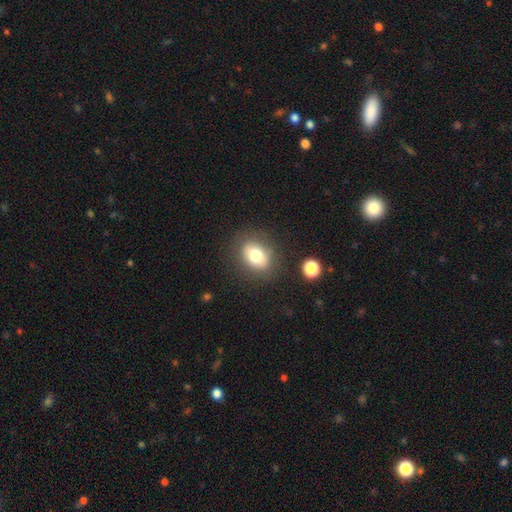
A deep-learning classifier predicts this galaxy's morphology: smooth 76%, featured or disk 14%, star or artifact 11%. Down the decision tree: how rounded — in between (58%); merging — none (82%).